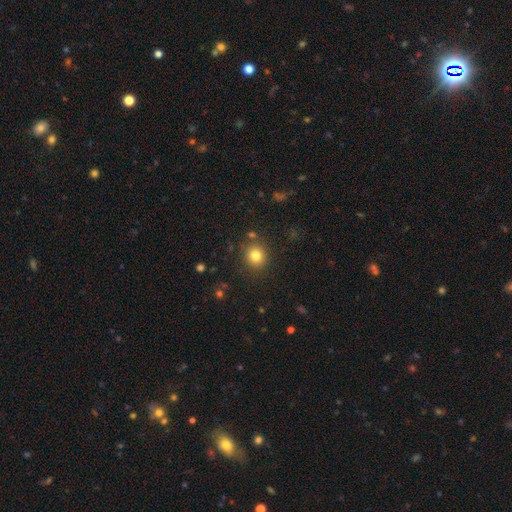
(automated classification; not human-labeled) smooth 80%, star or artifact 13%, featured or disk 7%. Down the decision tree: how rounded — round (84%); merging — none (85%).